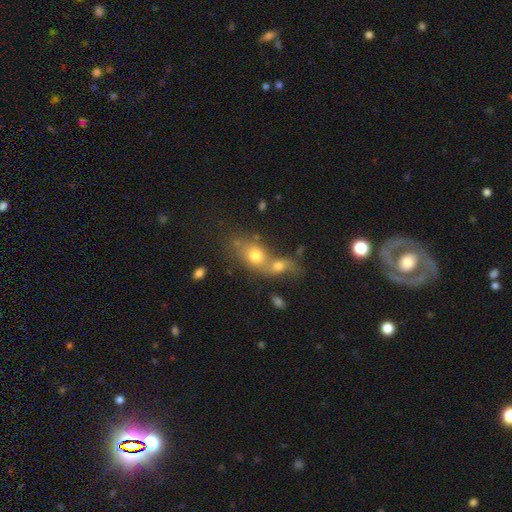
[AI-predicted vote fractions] This appears to be a smooth galaxy with no disk features (69%) that is in between round and cigar-shaped (59%). Merging: merger (63%).